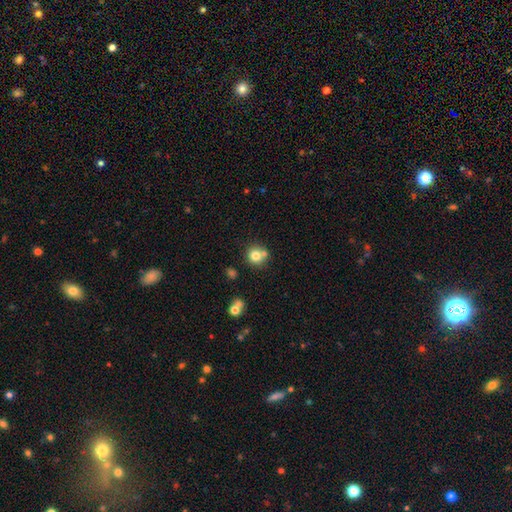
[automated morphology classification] A smooth galaxy with no disk features (77%) that is round (90%). Merging: none (64%).